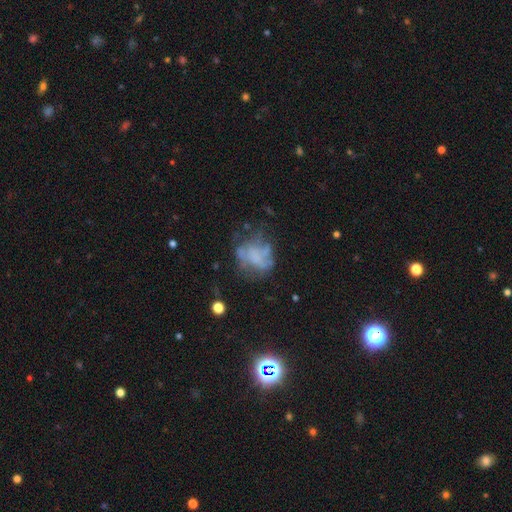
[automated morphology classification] Smooth or featured? featured or disk (55%)
Edge-on disk? no (98%)
Bar? no (89%)
Spiral arms? no (84%)
Bulge size? none (74%)
Merging? none (44%)